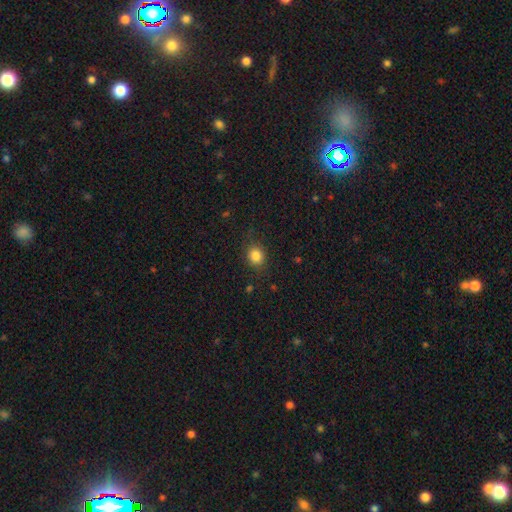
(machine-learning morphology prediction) A smooth galaxy with no disk features (83%) that is round (74%). Merging: none (82%).